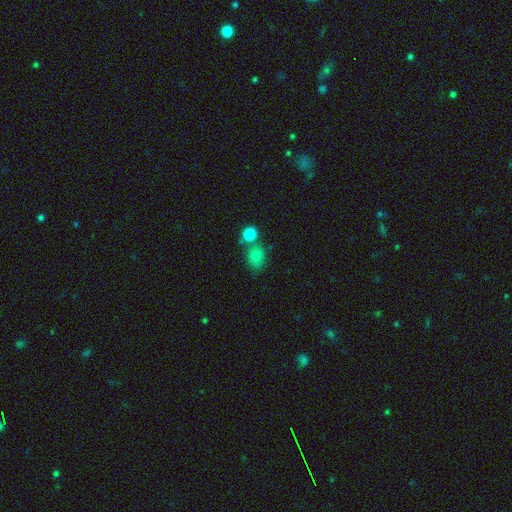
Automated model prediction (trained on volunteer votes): The model was most divided on "how rounded": round: 54%, in between: 44%, cigar-shaped: 1%. More confident: smooth or featured — smooth (80%); merging — none (53%).